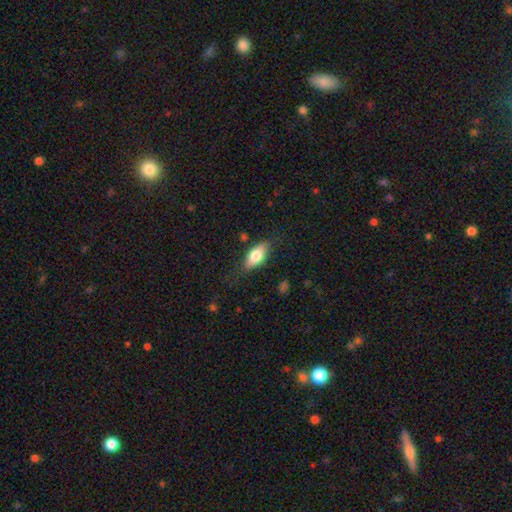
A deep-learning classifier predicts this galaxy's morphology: Q: Smooth or featured?
A: smooth (71%); runner-up: featured or disk (23%)
Q: How rounded?
A: in between (83%); runner-up: cigar-shaped (13%)
Q: Merging?
A: none (78%); runner-up: minor disturbance (16%)